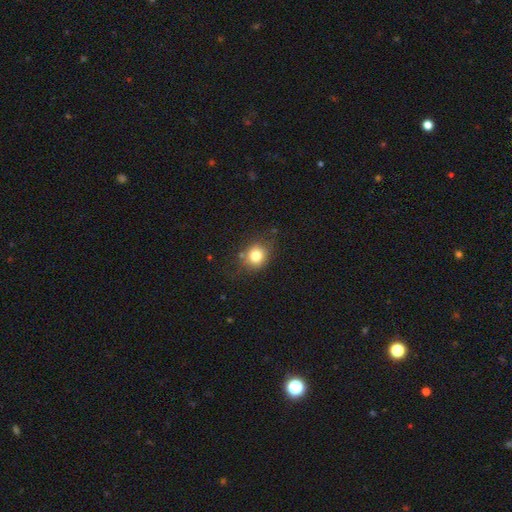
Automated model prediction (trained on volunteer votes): Smooth or featured? smooth (79%)
How rounded? round (73%)
Merging? none (74%)